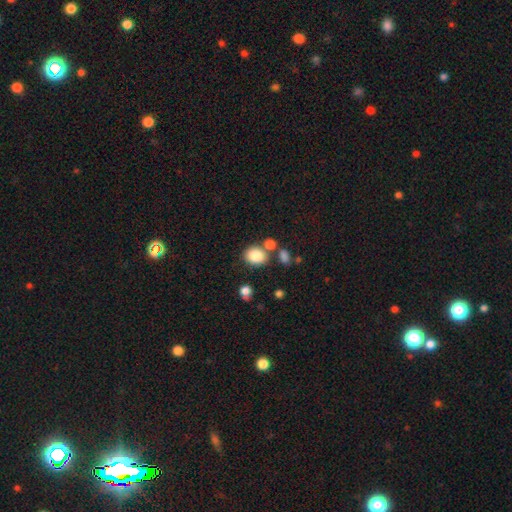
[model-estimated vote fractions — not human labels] Smooth or featured?
  - smooth: 83% *
  - star or artifact: 10%
  - featured or disk: 7%
How rounded?
  - round: 50% *
  - in between: 49%
  - cigar-shaped: 1%
Merging?
  - none: 66% *
  - merger: 18%
  - minor disturbance: 12%
  - major disturbance: 4%